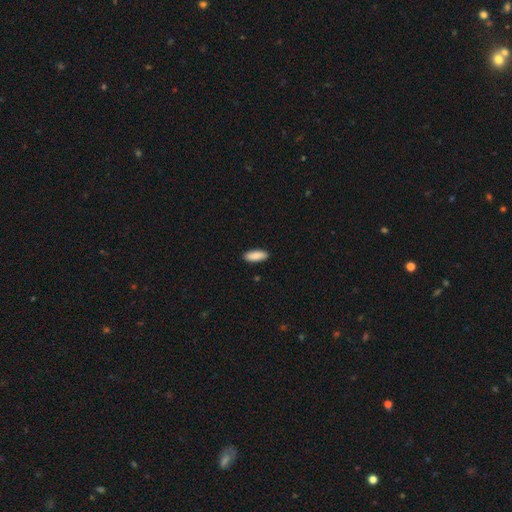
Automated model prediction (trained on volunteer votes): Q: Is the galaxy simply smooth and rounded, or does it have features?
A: smooth — 90%.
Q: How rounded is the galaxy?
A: in between — 74%.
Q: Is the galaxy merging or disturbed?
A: none — 90%.